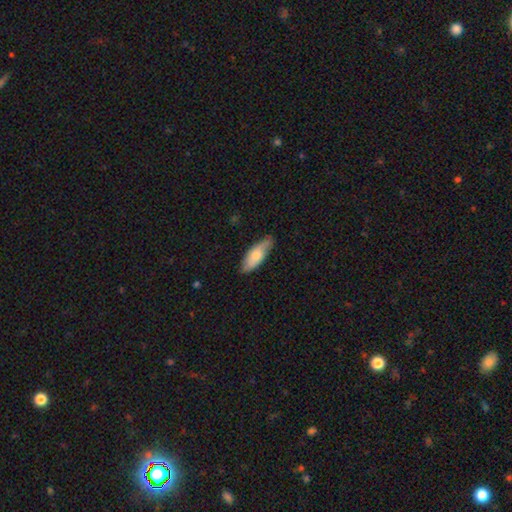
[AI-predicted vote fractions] Morphology: type=smooth (69%); roundness=in between (68%); merging=none (77%).